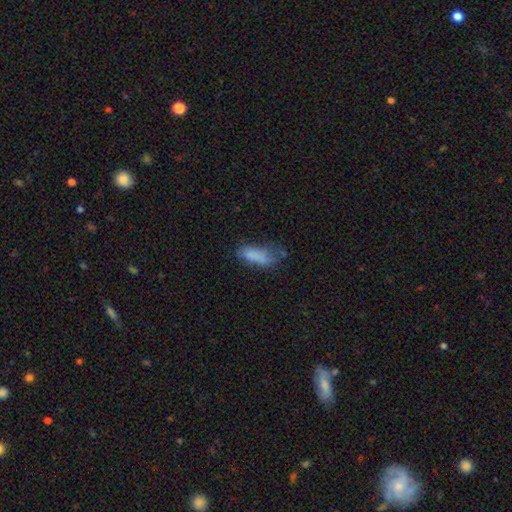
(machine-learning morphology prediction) A smooth galaxy with no disk features (75%) that is in between round and cigar-shaped (73%). Merging: none (35%).